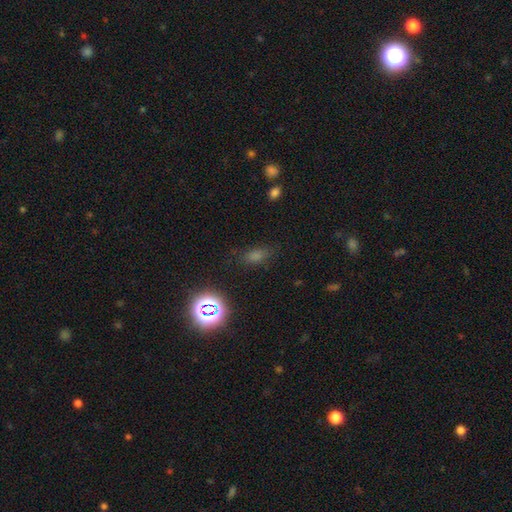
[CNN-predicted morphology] Smooth or featured?
  - smooth: 56% *
  - star or artifact: 34%
  - featured or disk: 10%
How rounded?
  - in between: 70% *
  - round: 21%
  - cigar-shaped: 9%
Merging?
  - none: 79% *
  - minor disturbance: 14%
  - major disturbance: 5%
  - merger: 2%